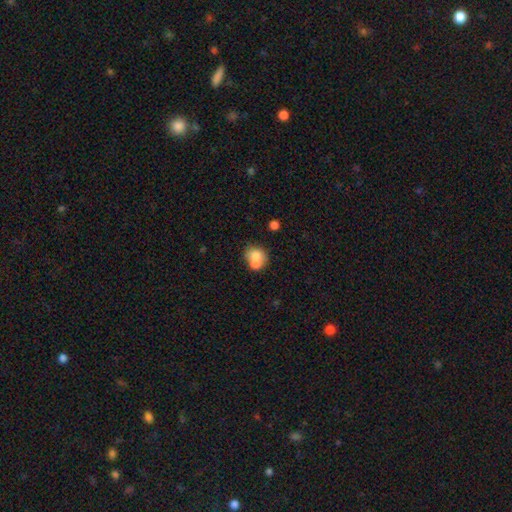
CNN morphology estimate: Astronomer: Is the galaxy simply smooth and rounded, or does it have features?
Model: smooth — 70%.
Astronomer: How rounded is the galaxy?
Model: round — 63%.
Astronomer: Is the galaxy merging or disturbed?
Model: merger — 55% (runner-up: none, 32%).